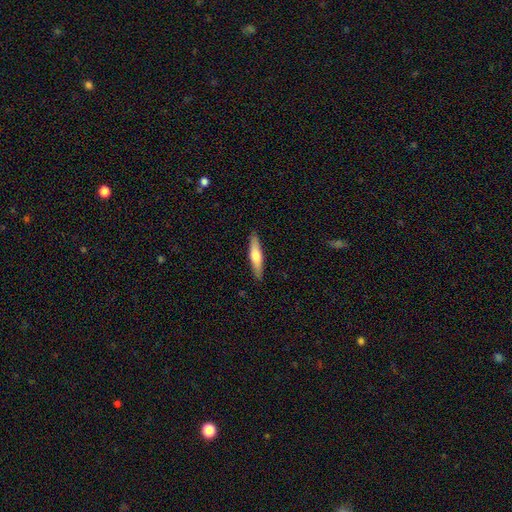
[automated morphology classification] type=smooth (56%); roundness=cigar-shaped (82%); merging=none (90%).